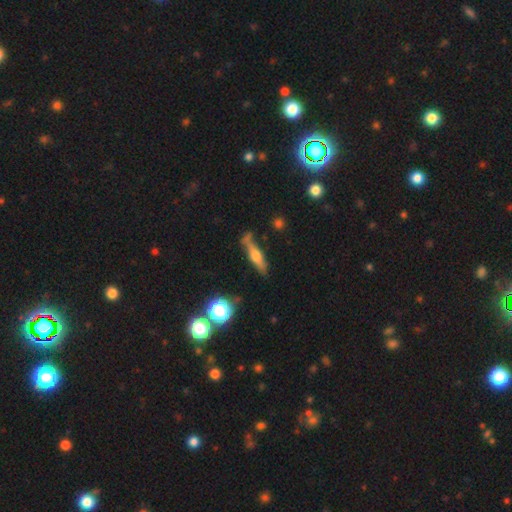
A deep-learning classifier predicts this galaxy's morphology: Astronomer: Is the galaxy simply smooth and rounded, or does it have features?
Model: featured or disk — 51% (runner-up: smooth, 41%).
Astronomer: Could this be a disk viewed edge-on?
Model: yes — 90%.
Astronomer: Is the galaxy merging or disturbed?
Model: none — 68%.